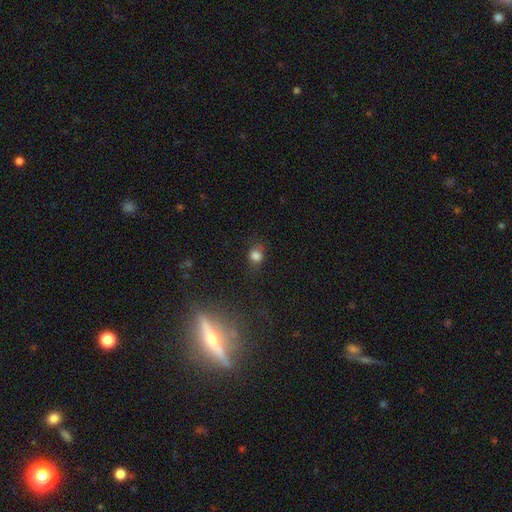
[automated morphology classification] Smooth or featured?
  - smooth: 76% *
  - star or artifact: 17%
  - featured or disk: 7%
How rounded?
  - round: 68% *
  - in between: 30%
  - cigar-shaped: 2%
Merging?
  - none: 63% *
  - minor disturbance: 22%
  - major disturbance: 11%
  - merger: 4%